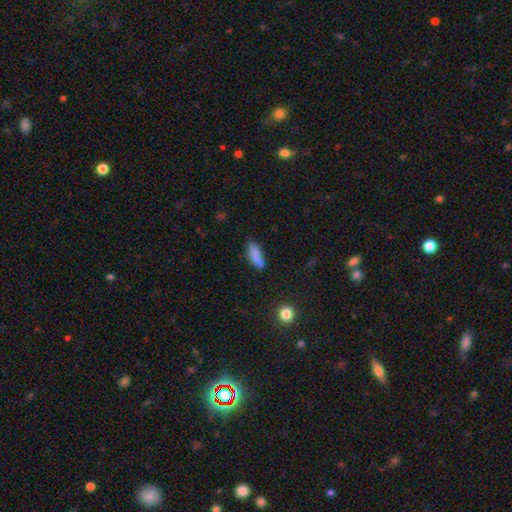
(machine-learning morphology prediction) The model was most divided on "how rounded": in between: 57%, cigar-shaped: 41%, round: 2%. More confident: smooth or featured — smooth (83%); merging — none (64%).